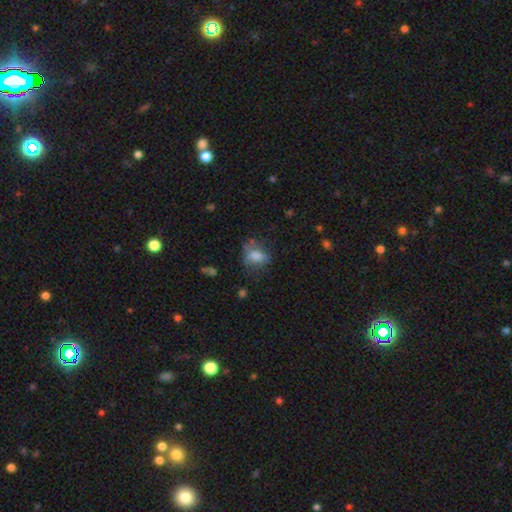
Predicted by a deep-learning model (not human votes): This is likely a smooth galaxy (65%). How rounded: likely in between (71%). Merging: marginally none (43%).